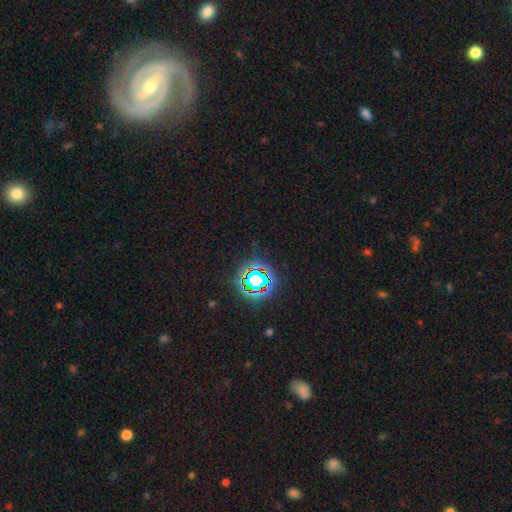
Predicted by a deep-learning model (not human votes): A featured or disk galaxy (63%) with a weak bar (35%), 2 (74%) tight (49%) spiral arms (91%) and a small central bulge (64%). Merging: none (79%).